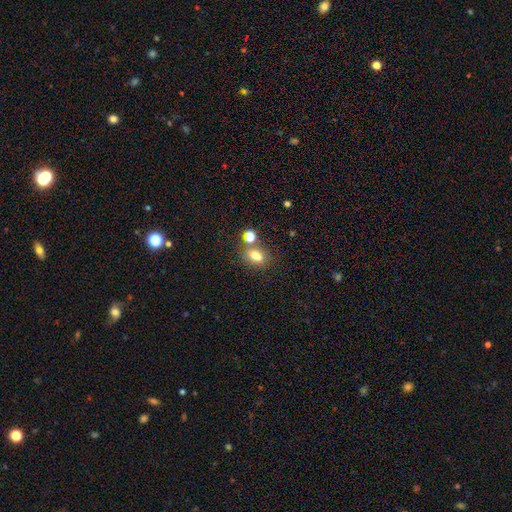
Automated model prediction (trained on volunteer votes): smooth_or_featured: smooth (p=0.73) [alt: star or artifact p=0.16]
how_rounded: in between (p=0.71) [alt: round p=0.27]
merging: none (p=0.53) [alt: merger p=0.28]